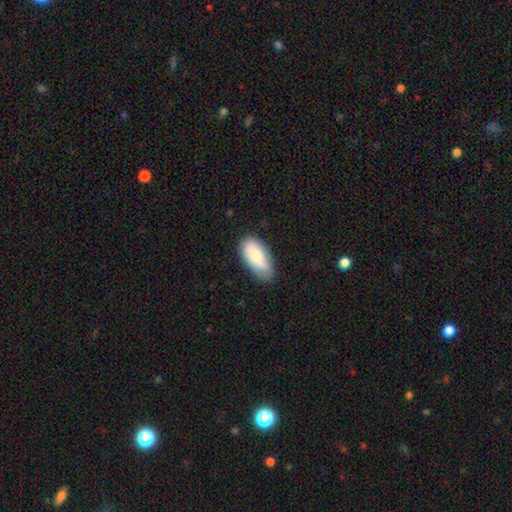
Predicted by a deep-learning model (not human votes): Morphology: type=smooth (73%); roundness=in between (92%); merging=none (70%).